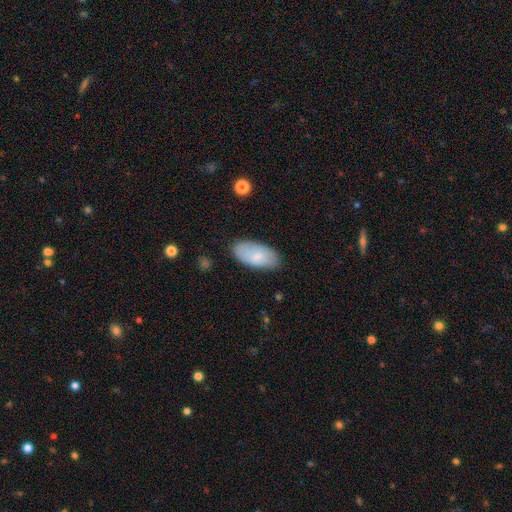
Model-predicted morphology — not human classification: This is likely a smooth galaxy (75%). How rounded: clearly in between (93%). Merging: clearly none (83%).